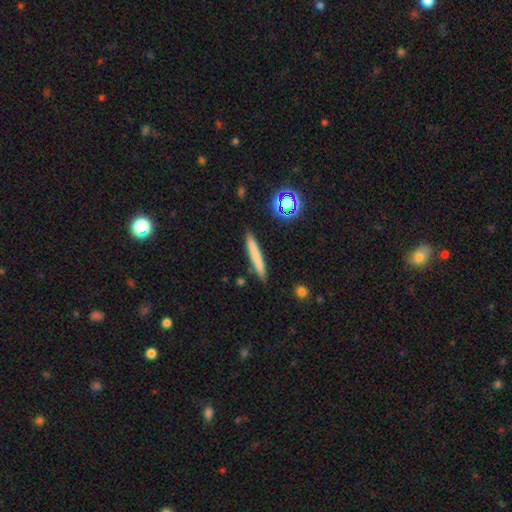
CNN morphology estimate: Q: Smooth or featured?
A: smooth (69%); runner-up: featured or disk (21%)
Q: How rounded?
A: cigar-shaped (95%); runner-up: in between (4%)
Q: Merging?
A: none (88%); runner-up: minor disturbance (8%)